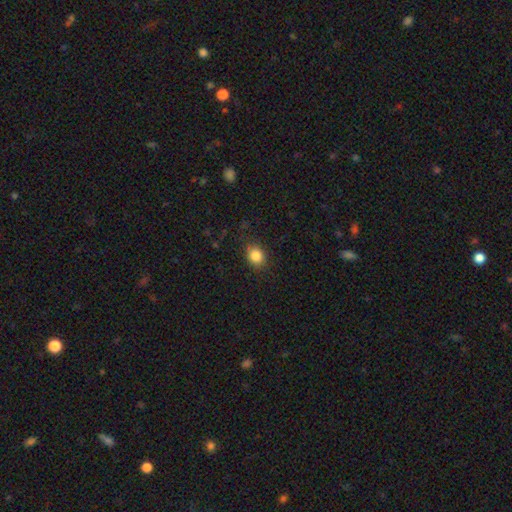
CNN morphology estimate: smooth_or_featured: smooth (p=0.85) [alt: star or artifact p=0.10]
how_rounded: round (p=0.58) [alt: in between p=0.41]
merging: none (p=0.81) [alt: minor disturbance p=0.13]